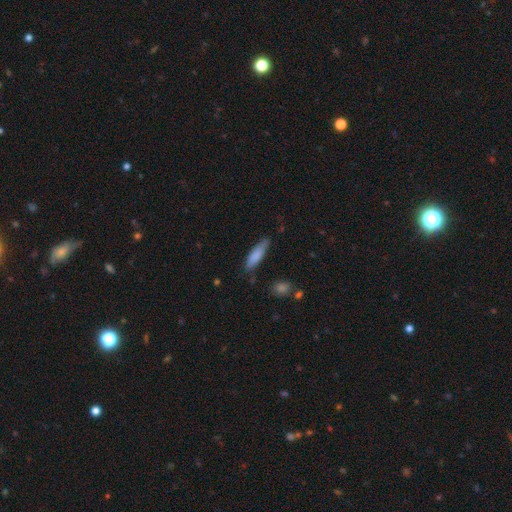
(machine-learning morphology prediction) The model was most divided on "how rounded": cigar-shaped: 69%, in between: 30%, round: 2%. More confident: smooth or featured — smooth (81%); merging — none (75%).